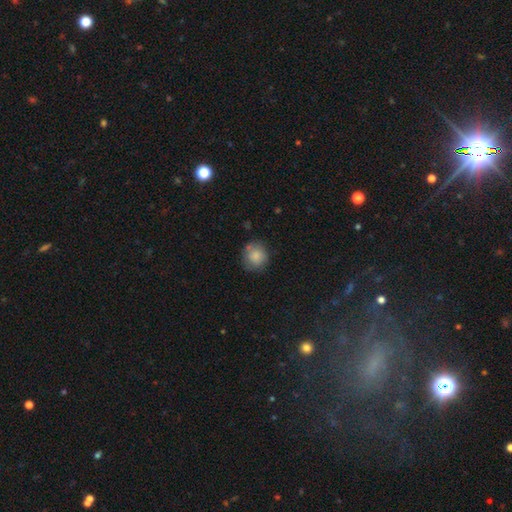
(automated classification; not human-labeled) Overall: smooth (82%). How rounded: round (86%). Merging: none (72%).